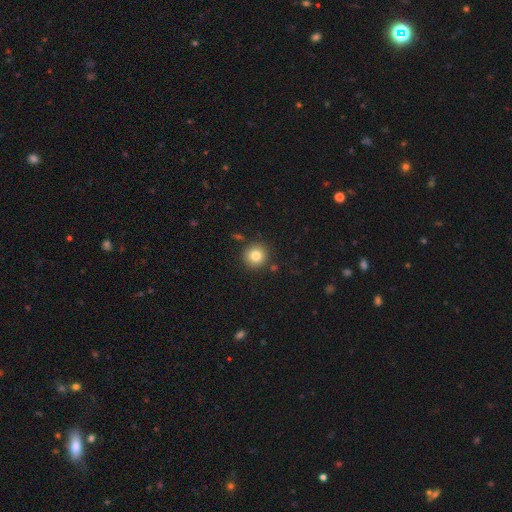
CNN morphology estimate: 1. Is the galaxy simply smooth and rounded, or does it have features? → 82% smooth, 10% star or artifact, 8% featured or disk.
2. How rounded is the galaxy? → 94% round, 5% in between, 1% cigar-shaped.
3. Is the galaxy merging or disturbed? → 88% none, 7% minor disturbance, 3% merger, 2% major disturbance.